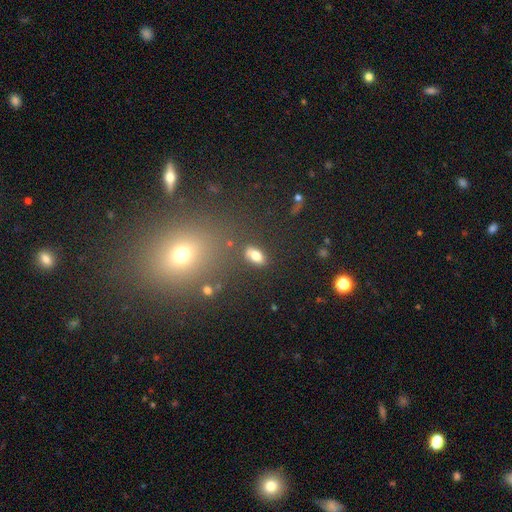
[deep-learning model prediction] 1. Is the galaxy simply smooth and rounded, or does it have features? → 76% smooth, 13% featured or disk, 11% star or artifact.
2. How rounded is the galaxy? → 87% in between, 8% round, 5% cigar-shaped.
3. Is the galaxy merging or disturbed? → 80% none, 11% minor disturbance, 6% merger, 4% major disturbance.